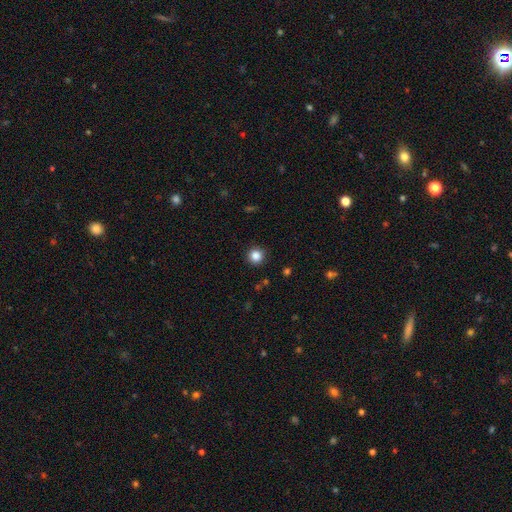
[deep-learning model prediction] smooth 85%, star or artifact 11%, featured or disk 4%. Down the decision tree: how rounded — round (94%); merging — none (91%).